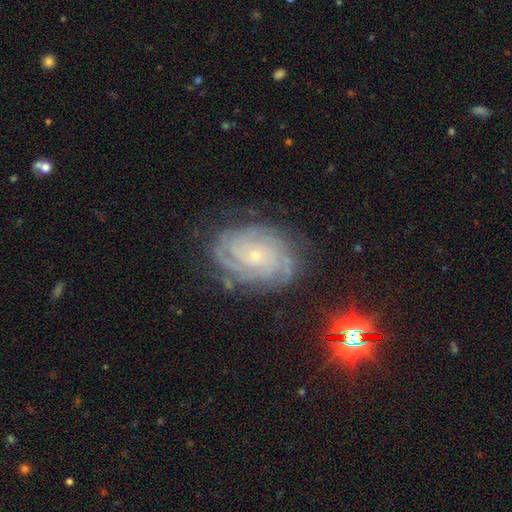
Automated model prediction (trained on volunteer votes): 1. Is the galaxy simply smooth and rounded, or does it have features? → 84% featured or disk, 9% star or artifact, 7% smooth.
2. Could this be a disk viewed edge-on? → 97% no, 3% yes.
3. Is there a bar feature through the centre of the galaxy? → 79% no, 16% weak, 4% strong.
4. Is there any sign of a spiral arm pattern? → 97% yes, 3% no.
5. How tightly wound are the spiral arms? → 79% tight, 18% medium, 3% loose.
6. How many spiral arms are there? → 25% can't tell, 24% 4, 16% 3, 16% more than 4, 11% 2, 7% 1.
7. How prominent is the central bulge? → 84% small, 12% moderate, 2% none, 1% large, 1% dominant.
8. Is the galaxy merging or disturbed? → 78% none, 16% minor disturbance, 5% major disturbance, 1% merger.